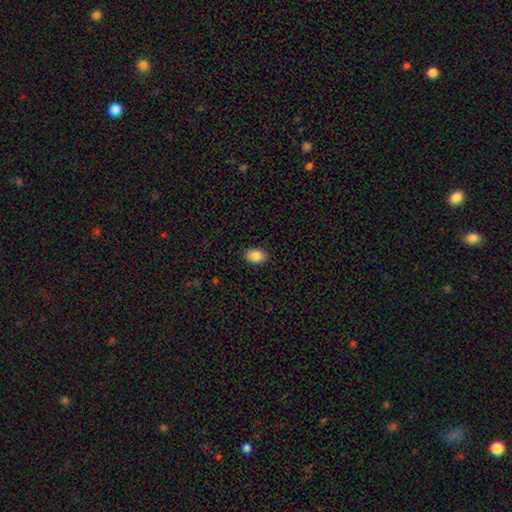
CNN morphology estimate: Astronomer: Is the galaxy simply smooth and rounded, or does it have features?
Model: smooth — 87%.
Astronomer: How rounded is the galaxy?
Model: in between — 86%.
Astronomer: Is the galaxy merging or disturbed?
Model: none — 89%.